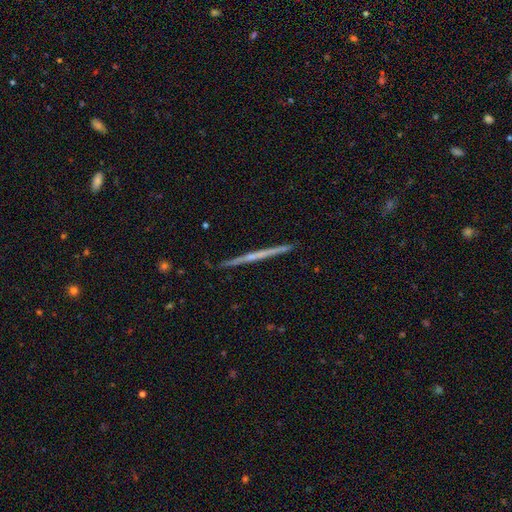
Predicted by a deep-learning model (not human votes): A featured or disk galaxy (70%) viewed edge-on (98%) with no central bulge (61%).

Vote fractions:
- Smooth or featured? featured or disk: 70% / smooth: 23% / star or artifact: 6%
- Edge-on disk? yes: 98% / no: 2%
- Edge-on bulge? none: 61% / rounded: 33% / boxy: 5%
- Merging? none: 91% / minor disturbance: 7% / major disturbance: 1% / merger: 1%